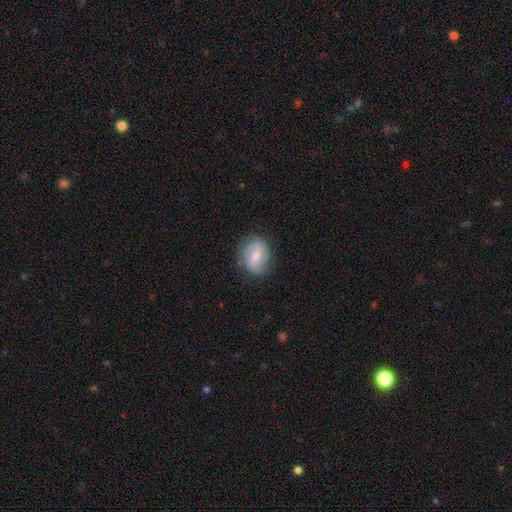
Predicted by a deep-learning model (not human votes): Q: Smooth or featured?
A: featured or disk (50%); runner-up: smooth (42%)
Q: Edge-on disk?
A: no (96%); runner-up: yes (4%)
Q: Merging?
A: none (76%); runner-up: minor disturbance (18%)